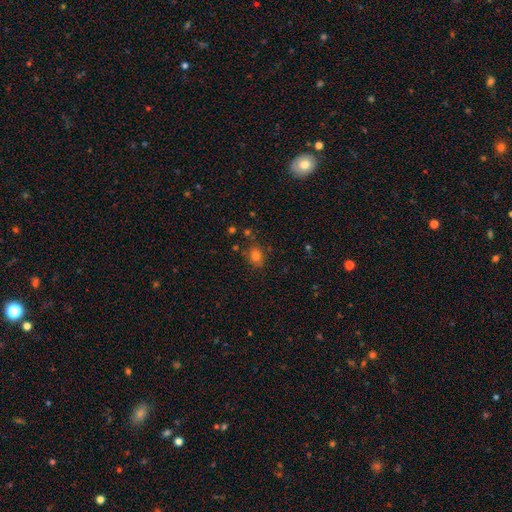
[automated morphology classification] Smooth or featured? Predicted: smooth (p=0.76). How rounded? Predicted: round (p=0.53). Merging? Predicted: none (p=0.75).